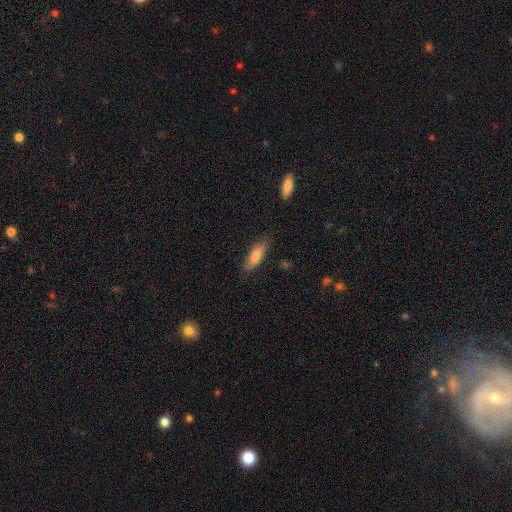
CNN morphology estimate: This appears to be a smooth galaxy with no disk features (80%) that is in between round and cigar-shaped (56%). Merging: none (78%).